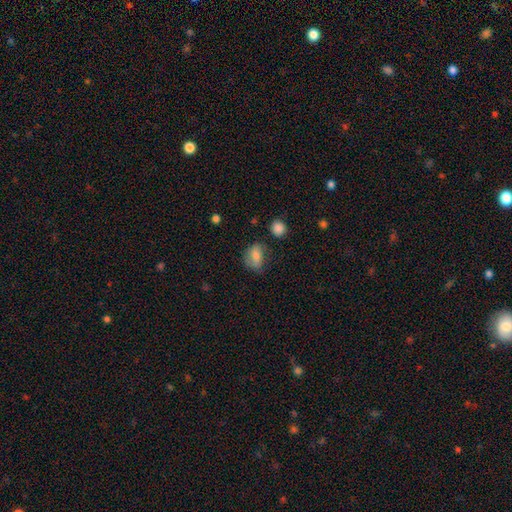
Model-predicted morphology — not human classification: Smooth or featured?
  - smooth: 75% *
  - featured or disk: 16%
  - star or artifact: 9%
How rounded?
  - in between: 71% *
  - round: 27%
  - cigar-shaped: 2%
Merging?
  - none: 57% *
  - minor disturbance: 29%
  - major disturbance: 11%
  - merger: 3%